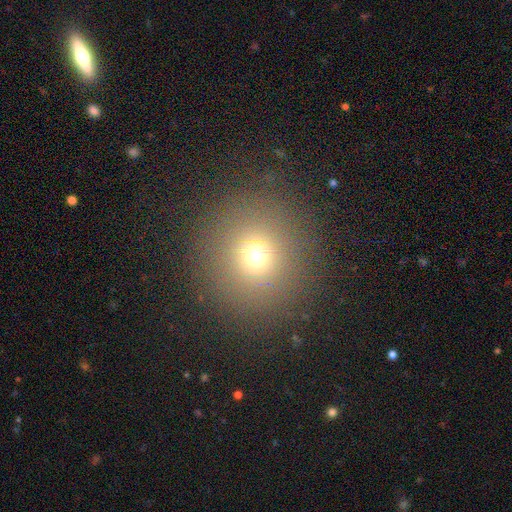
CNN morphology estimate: This is likely a smooth galaxy (68%). How rounded: clearly round (93%). Merging: clearly none (88%).